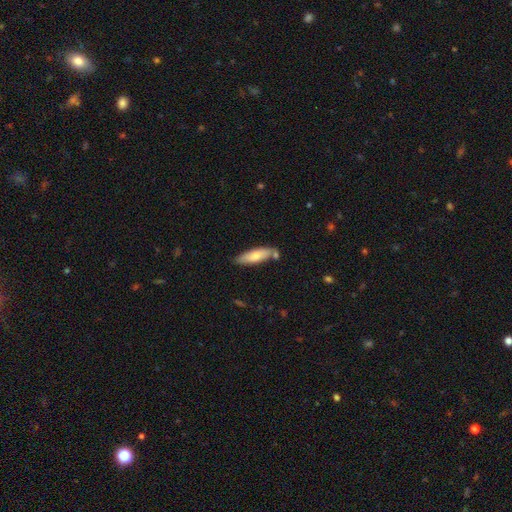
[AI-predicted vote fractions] This is likely a smooth galaxy (69%). How rounded: possibly cigar-shaped (57%). Merging: likely none (70%).